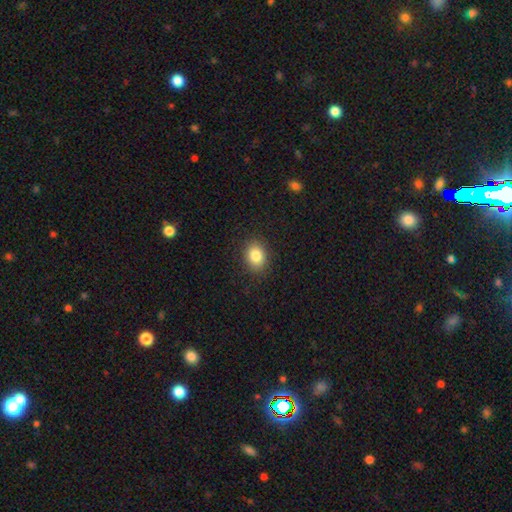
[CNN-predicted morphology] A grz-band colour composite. It shows a smooth galaxy with no disk features (84%) that is in between round and cigar-shaped (55%). Merging: none (88%).